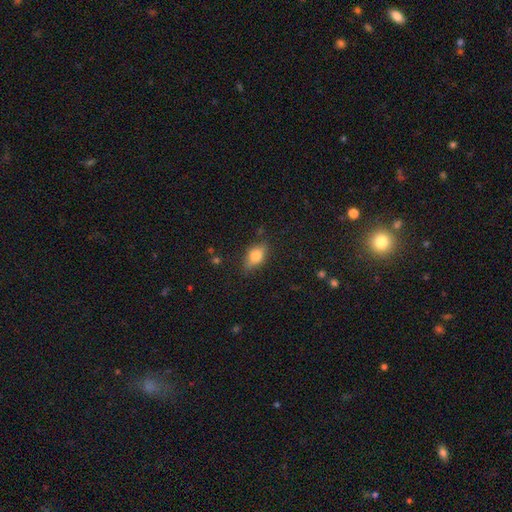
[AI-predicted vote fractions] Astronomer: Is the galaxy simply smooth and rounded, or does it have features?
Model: smooth — 69%.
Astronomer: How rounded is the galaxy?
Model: in between — 81%.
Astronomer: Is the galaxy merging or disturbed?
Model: none — 78%.